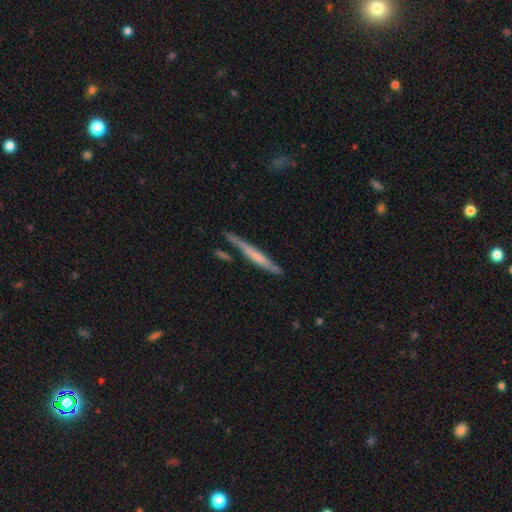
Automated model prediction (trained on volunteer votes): Morphology: type=featured or disk (50%); merging=none (75%).